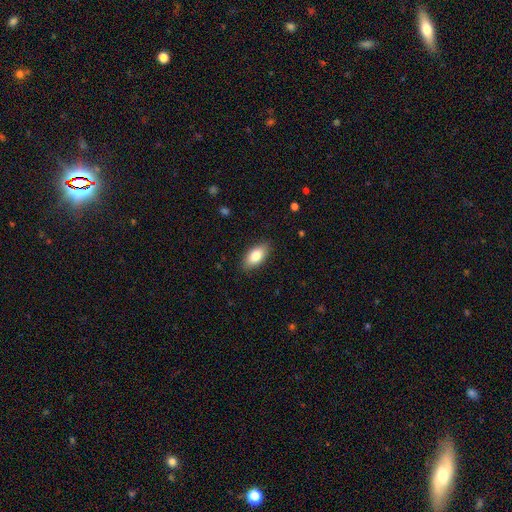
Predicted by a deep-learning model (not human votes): Smooth or featured: smooth — 82% (featured or disk — 11%)
How rounded: in between — 90% (cigar-shaped — 6%)
Merging: none — 86% (minor disturbance — 10%)